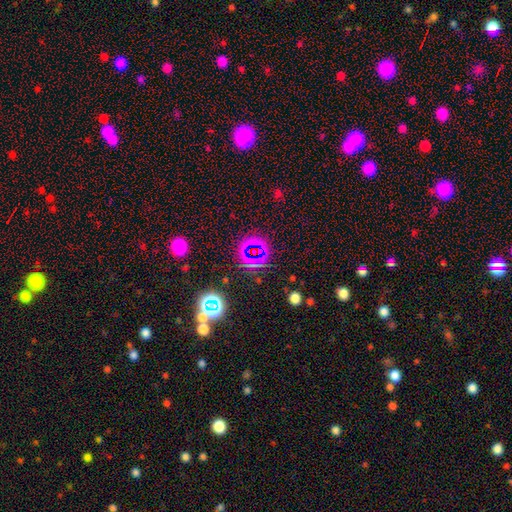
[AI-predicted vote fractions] Smooth or featured: star or artifact — 70% (smooth — 20%)